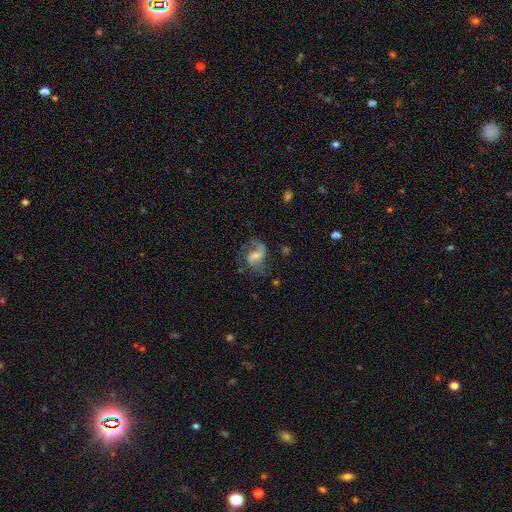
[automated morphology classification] The model was most divided on "spiral winding": loose: 47%, medium: 42%, tight: 11%. Remaining: edge-on disk — no (97%); spiral arms — yes (89%); spiral arm count — 2 (73%); smooth or featured — featured or disk (71%); merging — none (49%); bulge size — small (47%); bar — weak (46%).